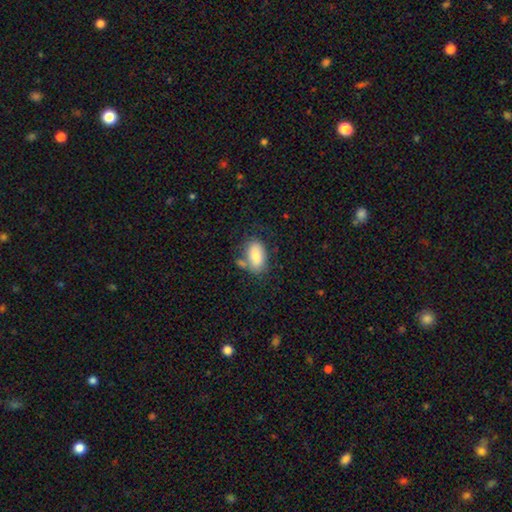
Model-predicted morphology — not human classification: type=smooth (78%); roundness=in between (92%); merging=none (58%).